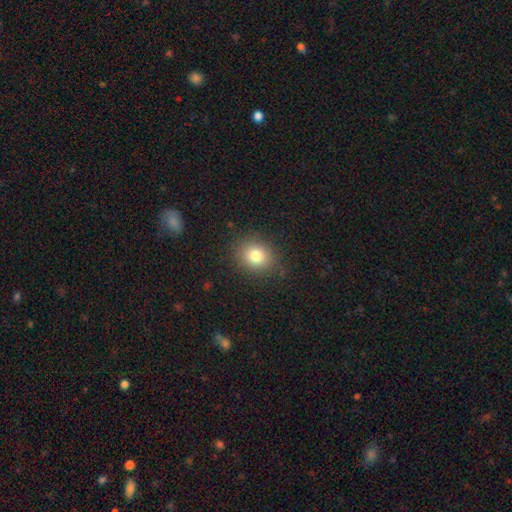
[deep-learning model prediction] smooth_or_featured: smooth (p=0.80) [alt: star or artifact p=0.12]
how_rounded: round (p=0.68) [alt: in between p=0.31]
merging: none (p=0.85) [alt: minor disturbance p=0.10]